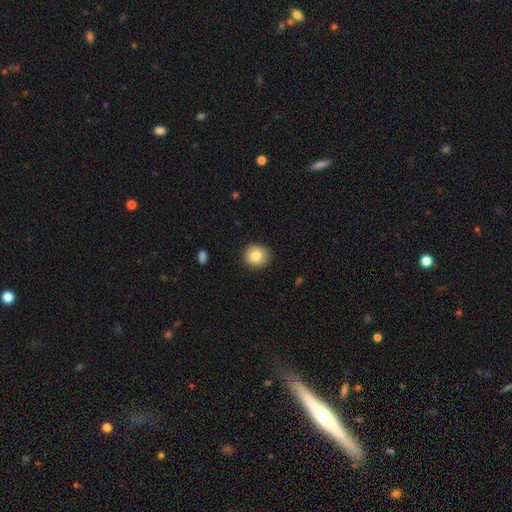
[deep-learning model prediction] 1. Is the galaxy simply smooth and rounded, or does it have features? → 81% smooth, 11% featured or disk, 8% star or artifact.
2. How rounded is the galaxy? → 88% round, 11% in between, 1% cigar-shaped.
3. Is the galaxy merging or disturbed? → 90% none, 8% minor disturbance, 2% major disturbance, 1% merger.